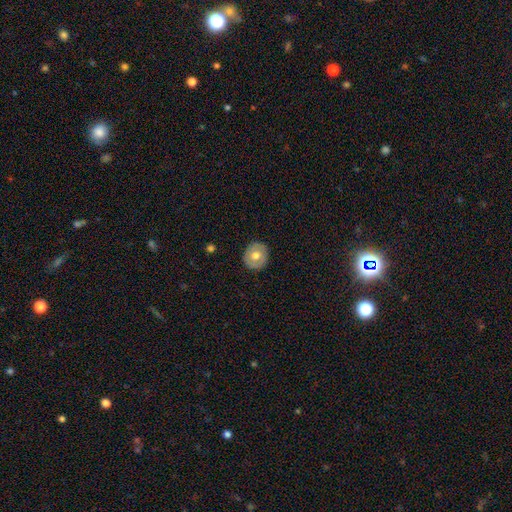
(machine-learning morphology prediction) smooth 64%, featured or disk 29%, star or artifact 7%. Down the decision tree: how rounded — round (83%); merging — none (89%).